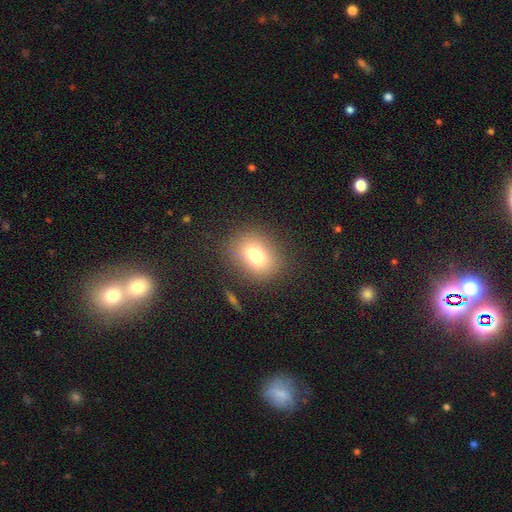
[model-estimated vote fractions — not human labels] A smooth galaxy with no disk features (73%) that is in between round and cigar-shaped (57%).

Vote fractions:
- Smooth or featured? smooth: 73% / featured or disk: 14% / star or artifact: 14%
- How rounded? in between: 57% / round: 41% / cigar-shaped: 2%
- Merging? none: 81% / minor disturbance: 11% / major disturbance: 5% / merger: 3%